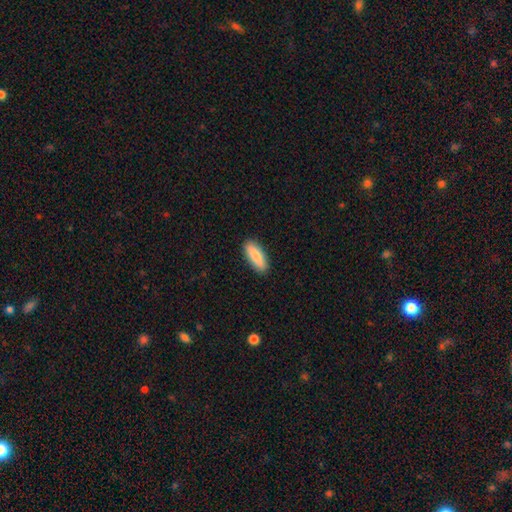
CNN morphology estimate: This appears to be a smooth galaxy with no disk features (84%) that is in between round and cigar-shaped (59%). Merging: none (89%).